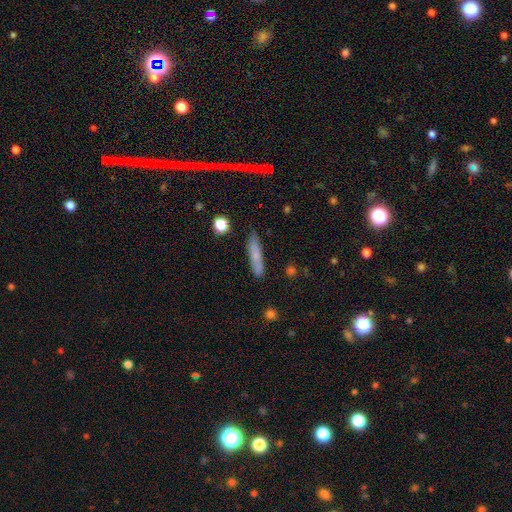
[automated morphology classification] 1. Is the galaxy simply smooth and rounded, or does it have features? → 71% smooth, 22% featured or disk, 8% star or artifact.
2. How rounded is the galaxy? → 84% cigar-shaped, 14% in between, 2% round.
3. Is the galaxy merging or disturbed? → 81% none, 14% minor disturbance, 3% major disturbance, 2% merger.